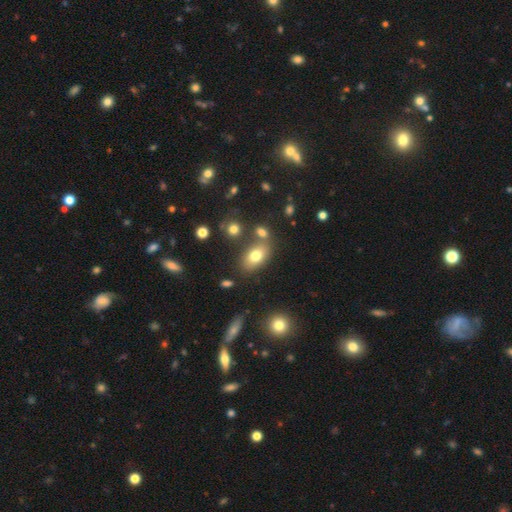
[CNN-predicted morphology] This appears to be a smooth galaxy with no disk features (75%) that is in between round and cigar-shaped (87%). Merging: none (67%).